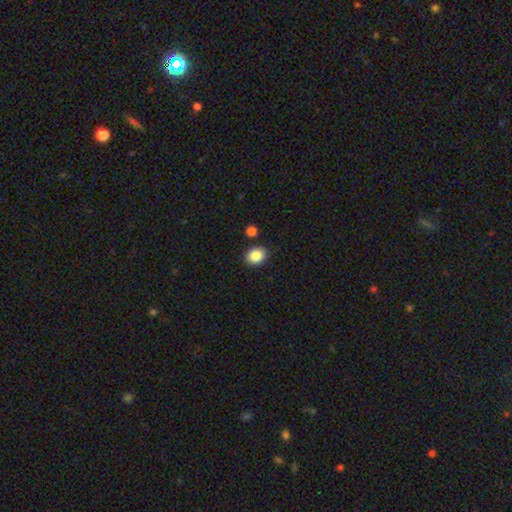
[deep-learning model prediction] Smooth or featured? smooth (86%)
How rounded? in between (52%)
Merging? none (86%)